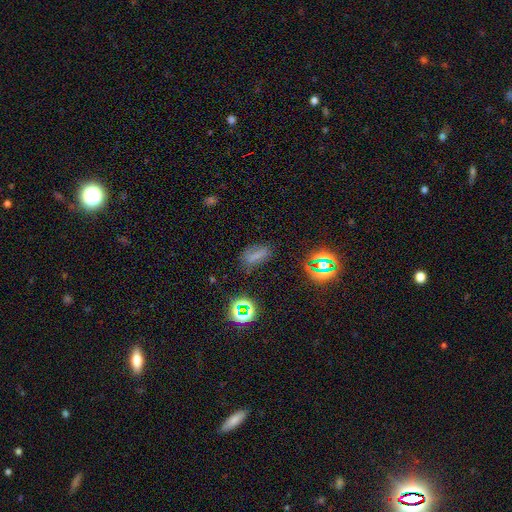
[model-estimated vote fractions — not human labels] This appears to be a smooth galaxy with no disk features (60%) that is in between round and cigar-shaped (70%). Merging: none (71%).